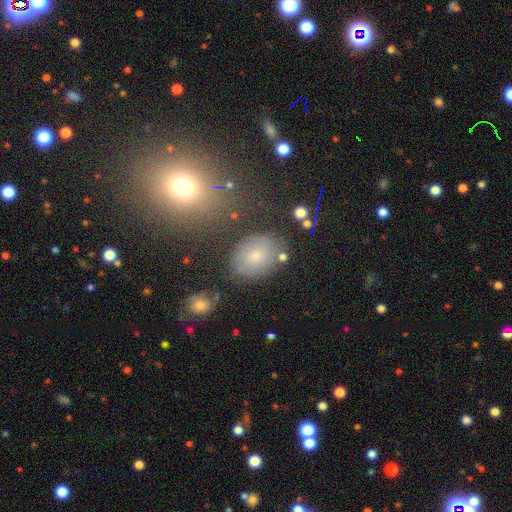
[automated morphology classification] Smooth or featured? smooth (58%)
How rounded? in between (68%)
Merging? none (77%)